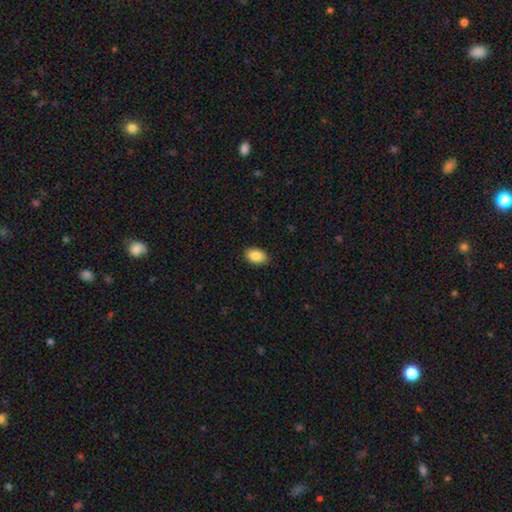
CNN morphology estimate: smooth_or_featured: smooth (p=0.88) [alt: star or artifact p=0.07]
how_rounded: in between (p=0.89) [alt: round p=0.10]
merging: none (p=0.89) [alt: minor disturbance p=0.08]